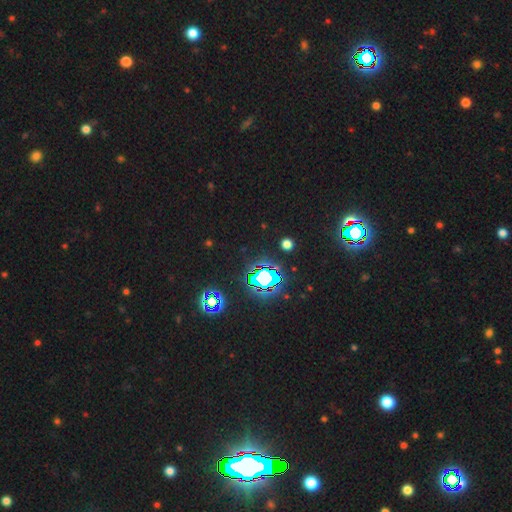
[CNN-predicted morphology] smooth_or_featured: star or artifact (p=0.82) [alt: smooth p=0.11]